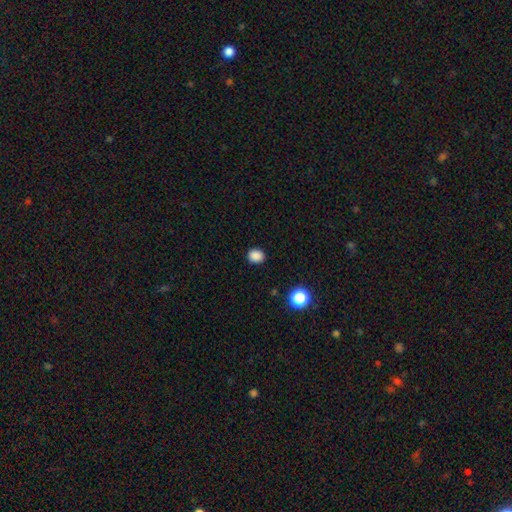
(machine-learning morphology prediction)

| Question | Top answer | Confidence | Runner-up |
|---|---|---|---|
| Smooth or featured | smooth | 86% | star or artifact (11%) |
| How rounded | round | 68% | in between (31%) |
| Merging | none | 89% | minor disturbance (8%) |